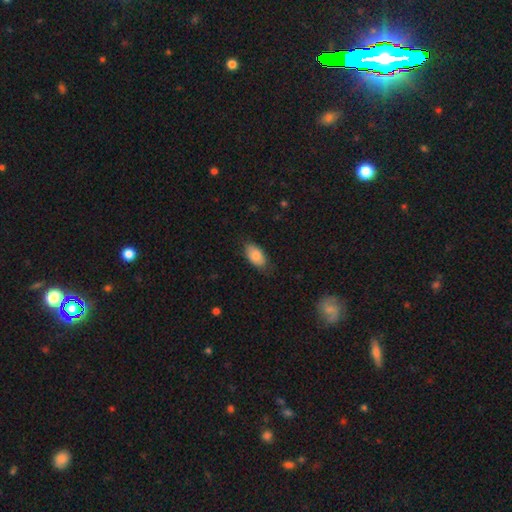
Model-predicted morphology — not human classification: smooth-or-featured: smooth: 84% | featured or disk: 10% | star or artifact: 6%
  how-rounded: in between: 94% | round: 4% | cigar-shaped: 3%
  merging: none: 78% | minor disturbance: 18% | major disturbance: 4% | merger: 1%